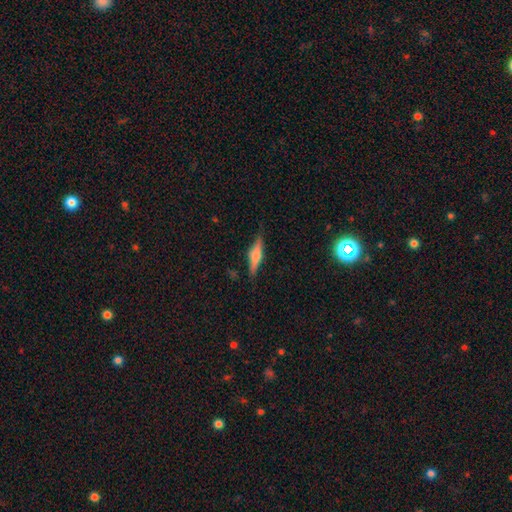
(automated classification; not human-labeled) Q: Smooth or featured?
A: featured or disk (49%); runner-up: smooth (44%)
Q: Merging?
A: none (83%); runner-up: minor disturbance (13%)